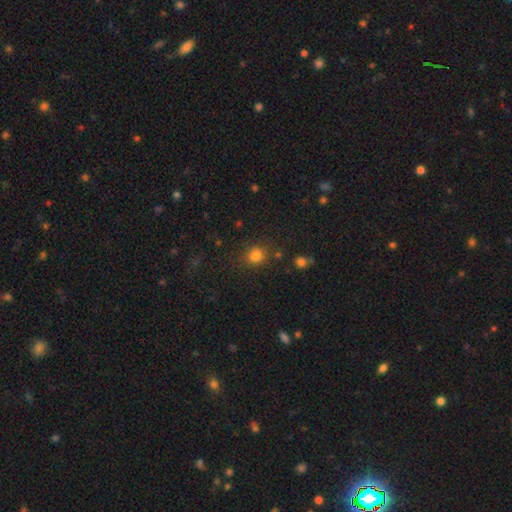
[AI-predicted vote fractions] smooth 80%, star or artifact 15%, featured or disk 5%. Down the decision tree: how rounded — round (84%); merging — none (78%).